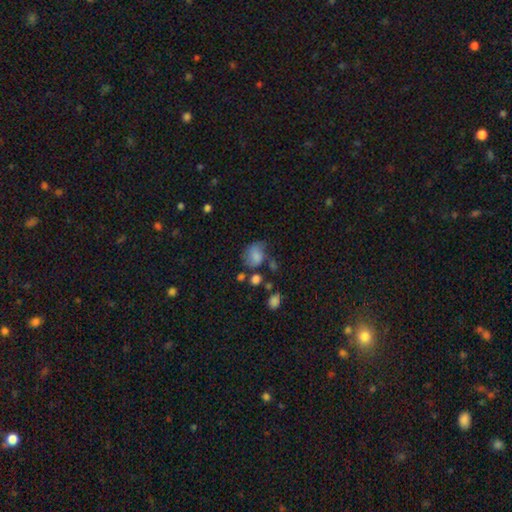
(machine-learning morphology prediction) smooth-or-featured: smooth: 74% | featured or disk: 16% | star or artifact: 11%
  how-rounded: round: 53% | in between: 46% | cigar-shaped: 1%
  merging: none: 42% | minor disturbance: 30% | major disturbance: 19% | merger: 9%